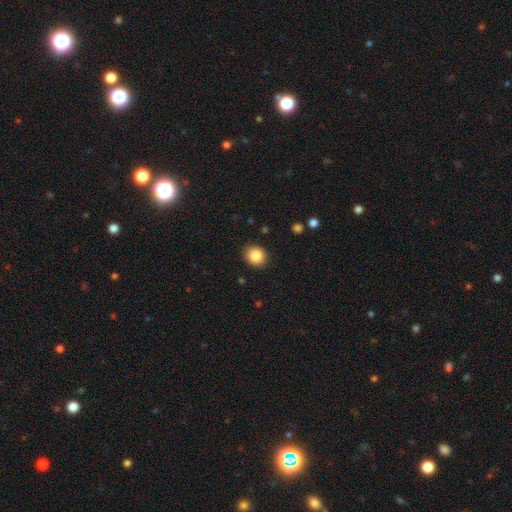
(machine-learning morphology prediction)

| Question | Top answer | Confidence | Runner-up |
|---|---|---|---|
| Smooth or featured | smooth | 87% | star or artifact (9%) |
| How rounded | round | 79% | in between (20%) |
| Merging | none | 90% | minor disturbance (7%) |